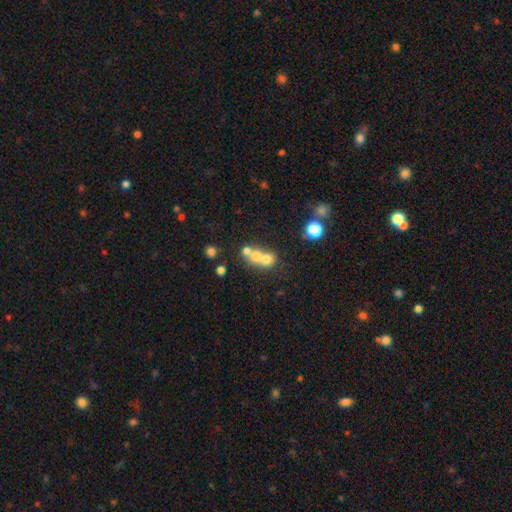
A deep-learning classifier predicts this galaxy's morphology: smooth 63%, featured or disk 22%, star or artifact 14%. Down the decision tree: how rounded — round (75%); merging — merger (63%).